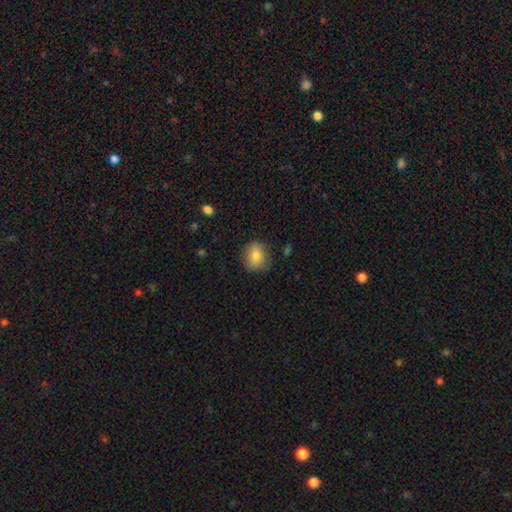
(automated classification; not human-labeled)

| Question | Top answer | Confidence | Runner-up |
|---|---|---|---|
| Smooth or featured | smooth | 81% | featured or disk (11%) |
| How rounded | round | 65% | in between (34%) |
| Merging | none | 81% | minor disturbance (14%) |